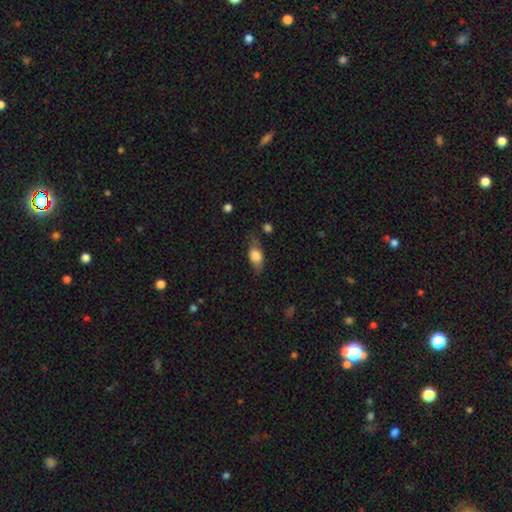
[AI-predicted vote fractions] Smooth or featured? Predicted: smooth (p=0.72). How rounded? Predicted: in between (p=0.79). Merging? Predicted: none (p=0.67).